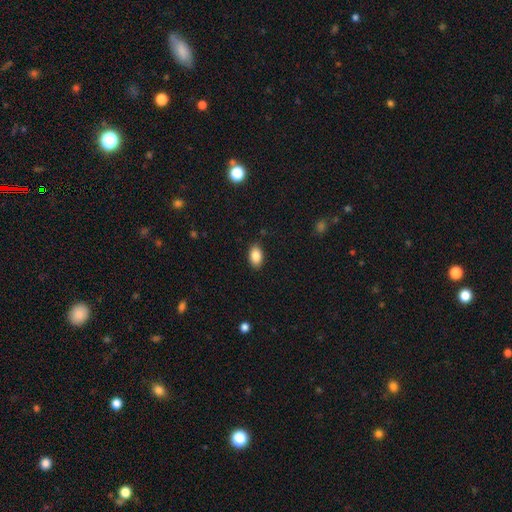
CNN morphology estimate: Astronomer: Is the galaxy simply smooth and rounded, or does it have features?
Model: smooth — 86%.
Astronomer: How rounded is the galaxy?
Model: in between — 91%.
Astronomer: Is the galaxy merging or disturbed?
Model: none — 87%.